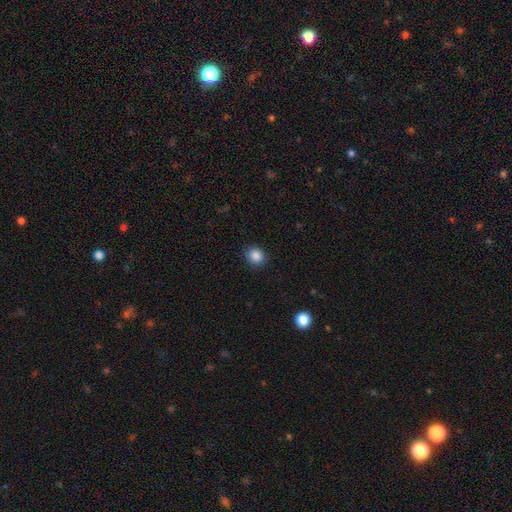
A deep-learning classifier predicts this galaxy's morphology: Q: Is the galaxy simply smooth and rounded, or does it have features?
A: smooth — 87%.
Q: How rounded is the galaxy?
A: round — 78%.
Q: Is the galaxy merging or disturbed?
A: none — 89%.